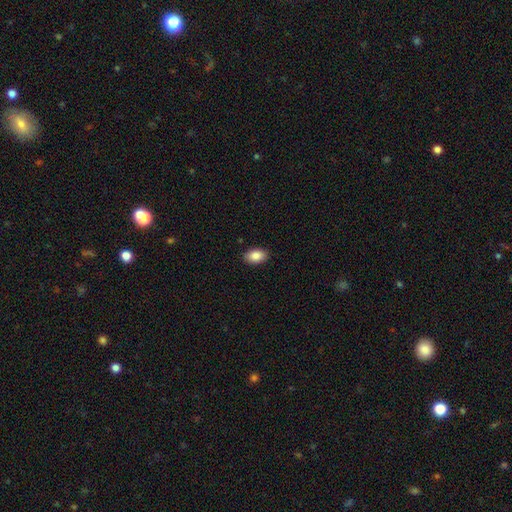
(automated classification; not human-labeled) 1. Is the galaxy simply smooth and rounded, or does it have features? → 88% smooth, 7% star or artifact, 5% featured or disk.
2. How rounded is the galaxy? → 91% in between, 8% round, 1% cigar-shaped.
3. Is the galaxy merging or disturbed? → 89% none, 8% minor disturbance, 2% major disturbance, 1% merger.